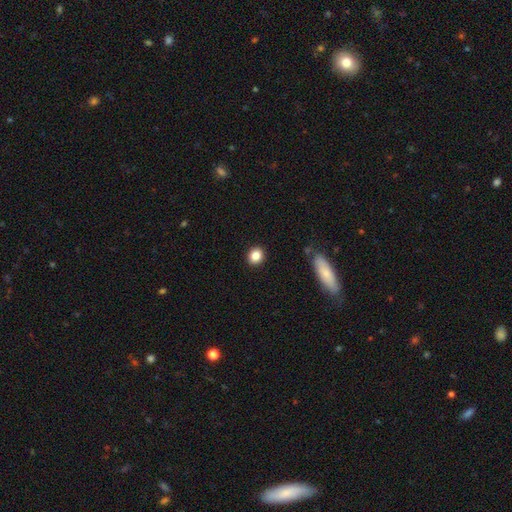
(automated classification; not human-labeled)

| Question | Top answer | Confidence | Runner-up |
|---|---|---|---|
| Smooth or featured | smooth | 85% | star or artifact (10%) |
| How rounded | round | 71% | in between (28%) |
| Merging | none | 90% | minor disturbance (6%) |